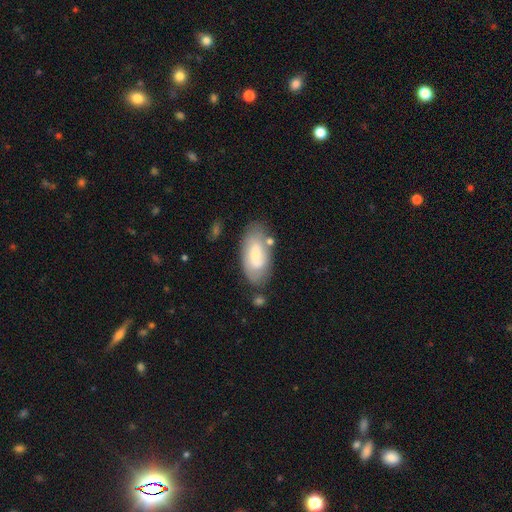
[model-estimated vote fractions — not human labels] smooth 52%, featured or disk 41%, star or artifact 7%. Down the decision tree: how rounded — in between (91%); merging — none (68%).